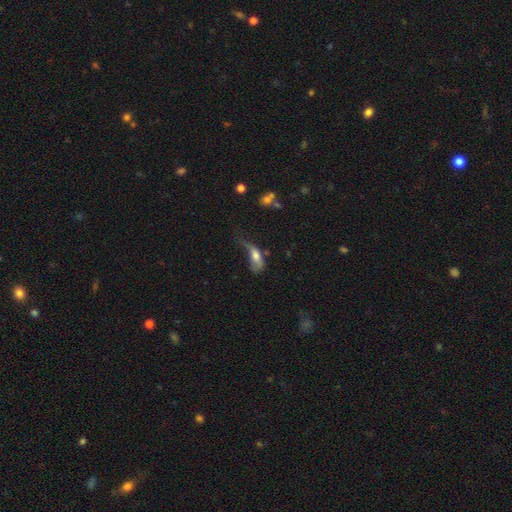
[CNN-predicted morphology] Q: Smooth or featured?
A: smooth (62%); runner-up: featured or disk (29%)
Q: How rounded?
A: in between (75%); runner-up: cigar-shaped (19%)
Q: Merging?
A: major disturbance (57%); runner-up: minor disturbance (22%)